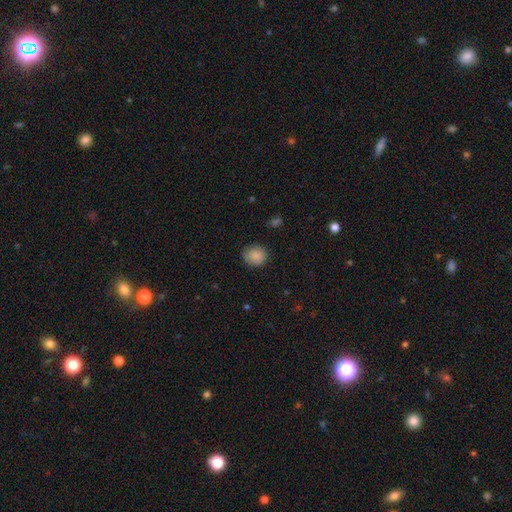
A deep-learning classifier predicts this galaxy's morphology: Smooth or featured? Predicted: smooth (p=0.87). How rounded? Predicted: round (p=0.79). Merging? Predicted: none (p=0.83).